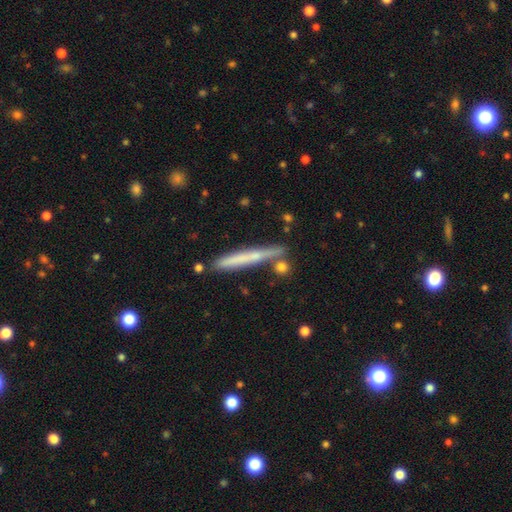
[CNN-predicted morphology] Smooth or featured? Predicted: featured or disk (p=0.46). Merging? Predicted: none (p=0.79).